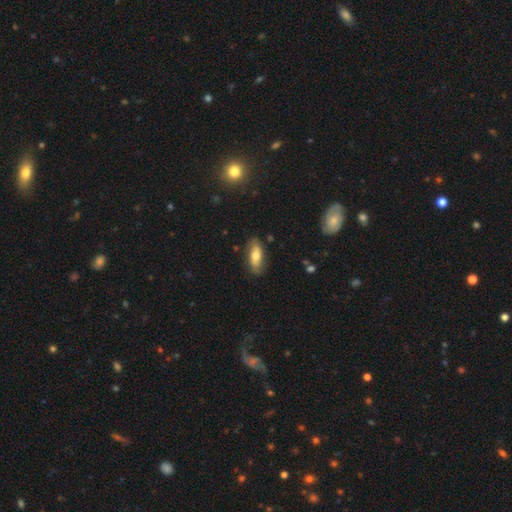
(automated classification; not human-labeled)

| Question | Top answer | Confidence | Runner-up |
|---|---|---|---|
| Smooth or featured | smooth | 65% | featured or disk (28%) |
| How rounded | in between | 74% | cigar-shaped (24%) |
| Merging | none | 79% | minor disturbance (16%) |